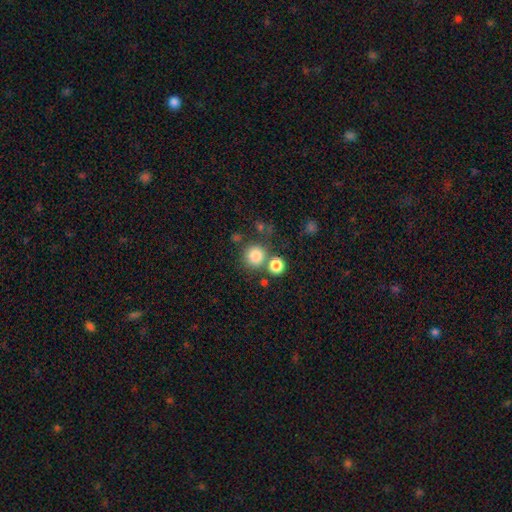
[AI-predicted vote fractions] A smooth galaxy with no disk features (82%) that is round (92%).

Vote fractions:
- Smooth or featured? smooth: 82% / star or artifact: 12% / featured or disk: 6%
- How rounded? round: 92% / in between: 7% / cigar-shaped: 1%
- Merging? none: 70% / merger: 18% / minor disturbance: 9% / major disturbance: 4%